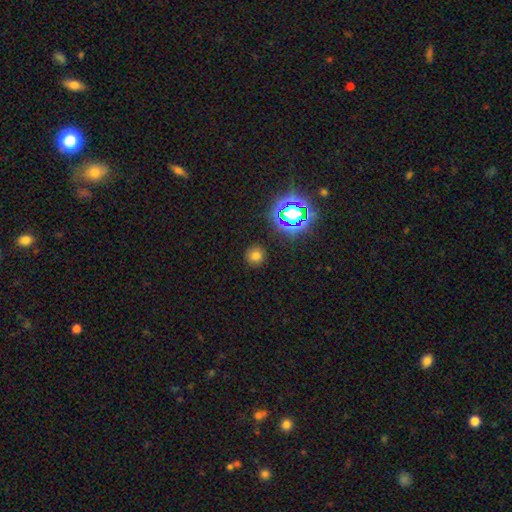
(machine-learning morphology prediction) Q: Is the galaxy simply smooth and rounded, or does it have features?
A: smooth — 70%.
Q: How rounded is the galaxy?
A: round — 92%.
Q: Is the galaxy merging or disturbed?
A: none — 89%.